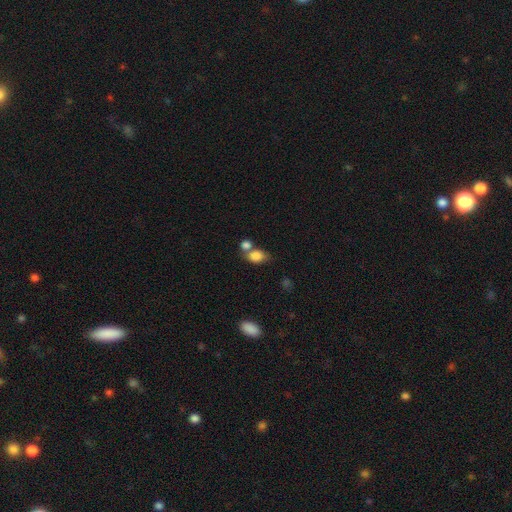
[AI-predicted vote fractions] Smooth or featured: smooth — 83% (star or artifact — 9%)
How rounded: in between — 70% (round — 28%)
Merging: merger — 42% (none — 39%)